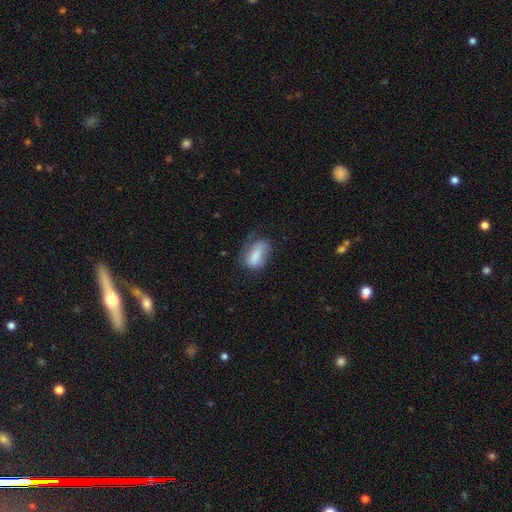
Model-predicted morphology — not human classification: smooth_or_featured: smooth (p=0.71) [alt: featured or disk p=0.21]
how_rounded: in between (p=0.86) [alt: cigar-shaped p=0.08]
merging: none (p=0.36) [alt: minor disturbance p=0.31]